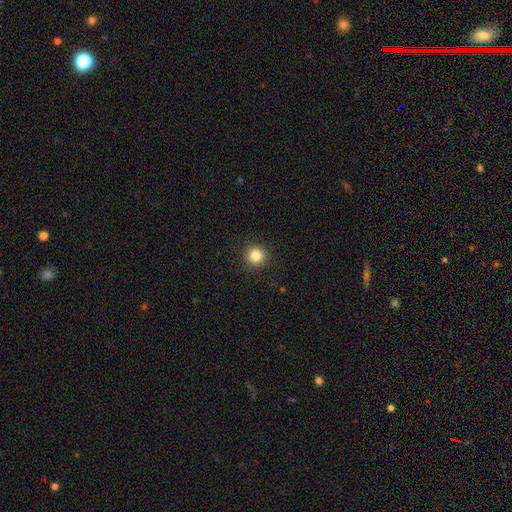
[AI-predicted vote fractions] smooth-or-featured: smooth: 84% | star or artifact: 11% | featured or disk: 5%
  how-rounded: round: 94% | in between: 5% | cigar-shaped: 1%
  merging: none: 92% | minor disturbance: 5% | major disturbance: 2% | merger: 1%